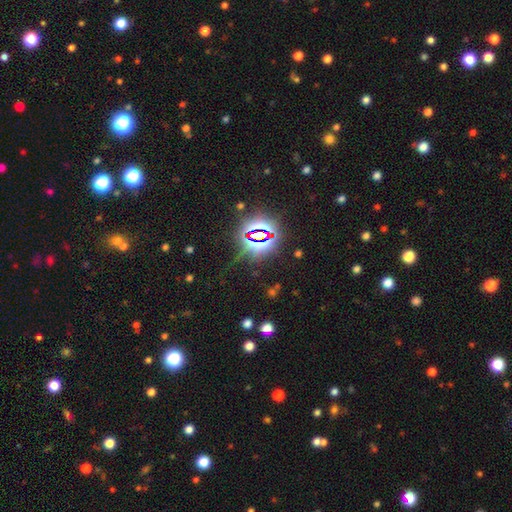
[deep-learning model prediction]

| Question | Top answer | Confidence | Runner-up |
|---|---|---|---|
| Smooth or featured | star or artifact | 81% | smooth (12%) |